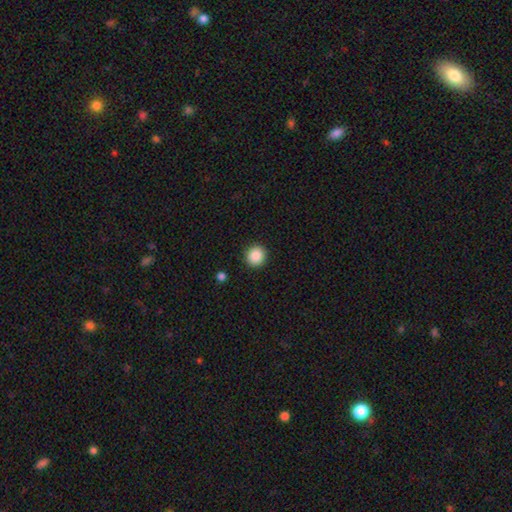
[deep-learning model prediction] Overall: smooth (88%). How rounded: round (92%). Merging: none (92%).